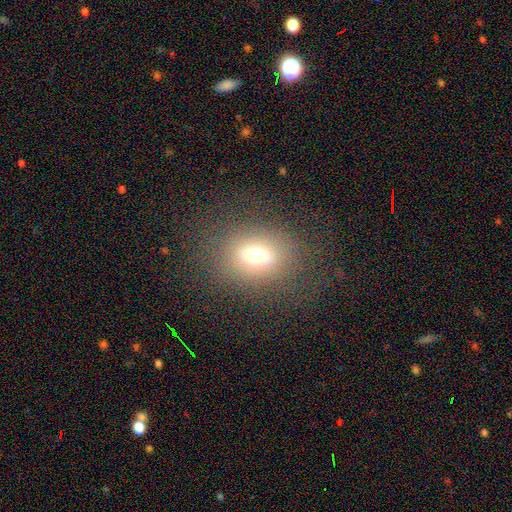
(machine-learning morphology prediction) Smooth or featured? smooth (65%)
How rounded? round (54%)
Merging? none (77%)